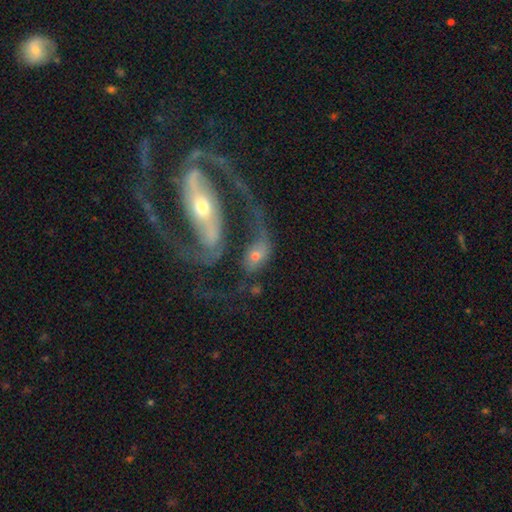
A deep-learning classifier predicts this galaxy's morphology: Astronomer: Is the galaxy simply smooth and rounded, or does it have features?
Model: featured or disk — 64%.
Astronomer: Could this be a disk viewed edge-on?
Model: no — 88%.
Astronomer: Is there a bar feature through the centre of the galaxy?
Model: no — 45% (runner-up: weak, 29%).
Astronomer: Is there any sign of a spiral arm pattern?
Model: yes — 73%.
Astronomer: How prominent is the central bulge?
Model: moderate — 58%.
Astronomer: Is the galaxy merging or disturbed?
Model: none — 32% (runner-up: merger, 31%).